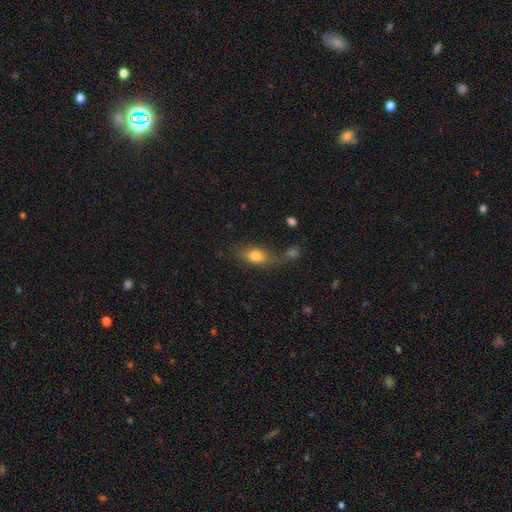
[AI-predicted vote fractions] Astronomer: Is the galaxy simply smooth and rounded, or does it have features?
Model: smooth — 77%.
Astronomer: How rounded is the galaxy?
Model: in between — 79%.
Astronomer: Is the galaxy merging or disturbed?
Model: none — 56%.